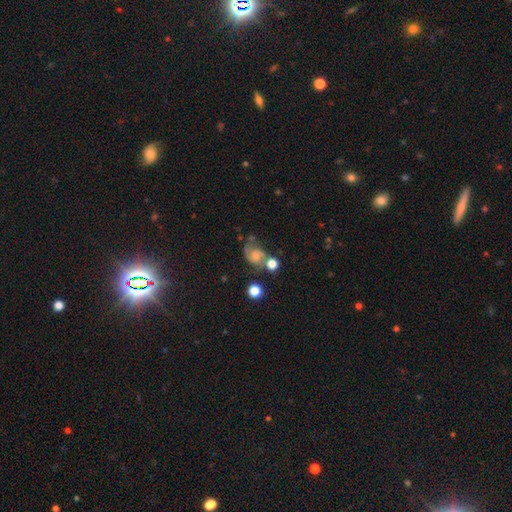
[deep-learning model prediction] This appears to be a featured or disk galaxy (48%). Merging: none (39%).